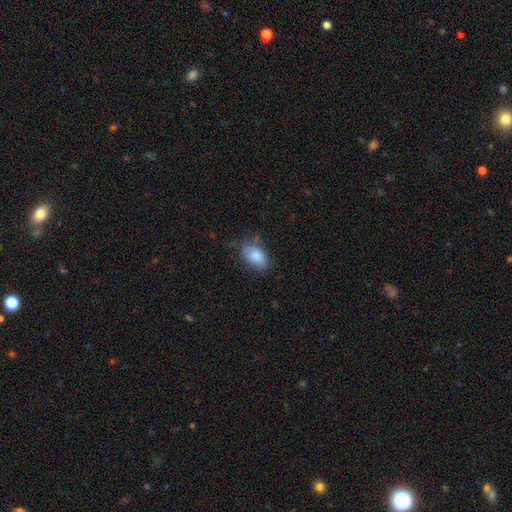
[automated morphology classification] The model was most divided on "merging": none: 62%, minor disturbance: 27%, major disturbance: 9%, merger: 2%. More confident: how rounded — in between (91%); smooth or featured — smooth (84%).